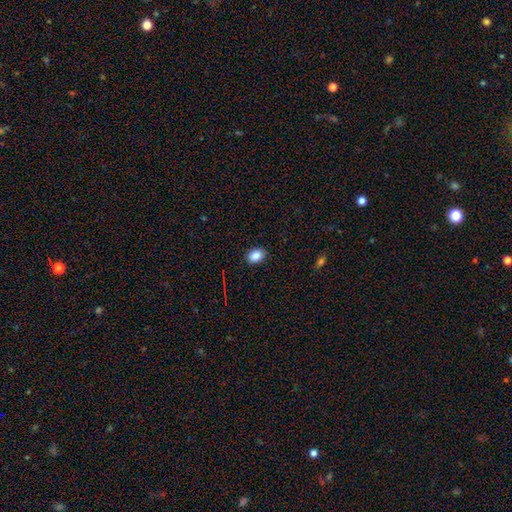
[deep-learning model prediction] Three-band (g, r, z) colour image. It shows a smooth galaxy with no disk features (85%) that is in between round and cigar-shaped (75%). Merging: none (88%).